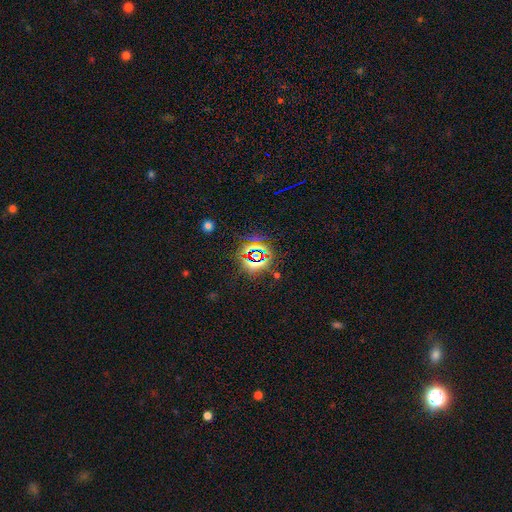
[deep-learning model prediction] Morphology: type=star or artifact (76%).